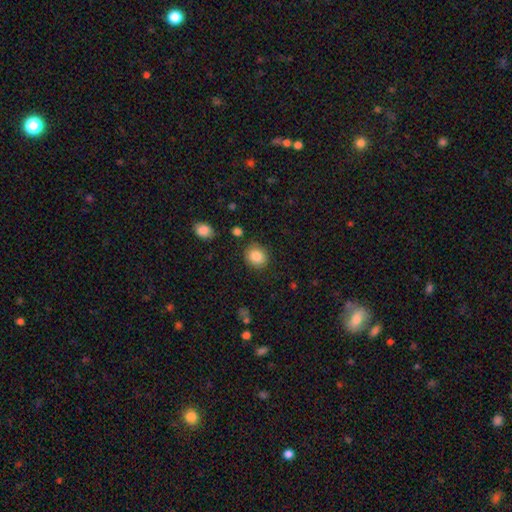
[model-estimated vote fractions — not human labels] smooth-or-featured: smooth: 86% | star or artifact: 8% | featured or disk: 6%
  how-rounded: round: 71% | in between: 28% | cigar-shaped: 1%
  merging: none: 83% | minor disturbance: 12% | major disturbance: 3% | merger: 3%